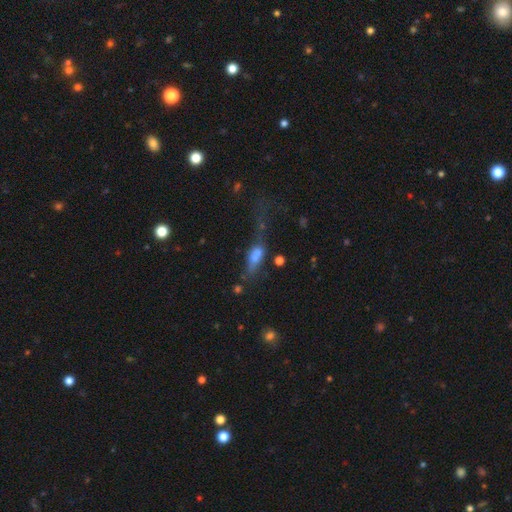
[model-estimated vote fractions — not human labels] smooth-or-featured: smooth: 63% | featured or disk: 24% | star or artifact: 13%
  how-rounded: in between: 69% | cigar-shaped: 23% | round: 7%
  merging: major disturbance: 38% | merger: 23% | none: 21% | minor disturbance: 18%